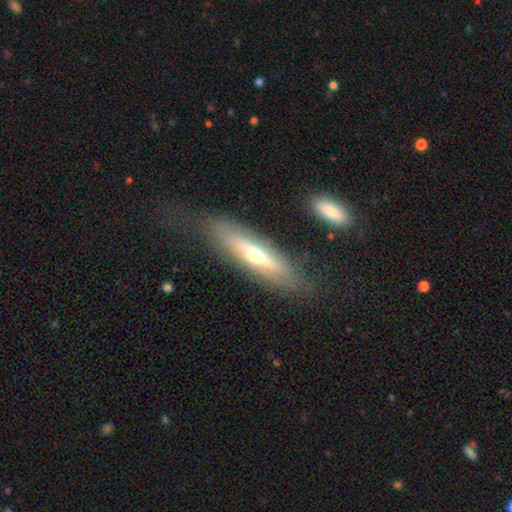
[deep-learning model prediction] A featured or disk galaxy (49%). Merging: none (74%).